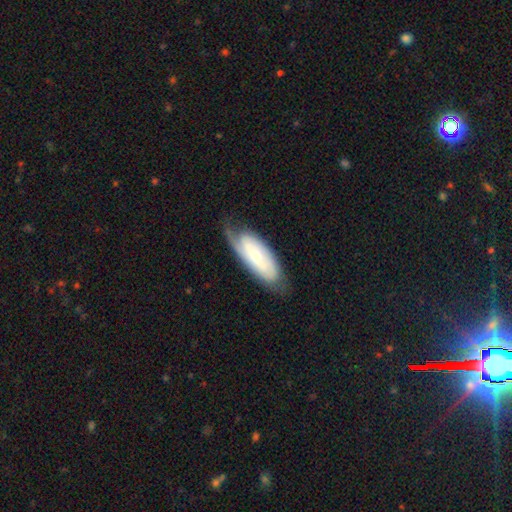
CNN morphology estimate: featured or disk 64%, smooth 31%, star or artifact 5%. Down the decision tree: edge-on disk — no (87%); bar — no (62%); spiral arms — yes (84%); bulge size — small (61%); merging — none (61%).